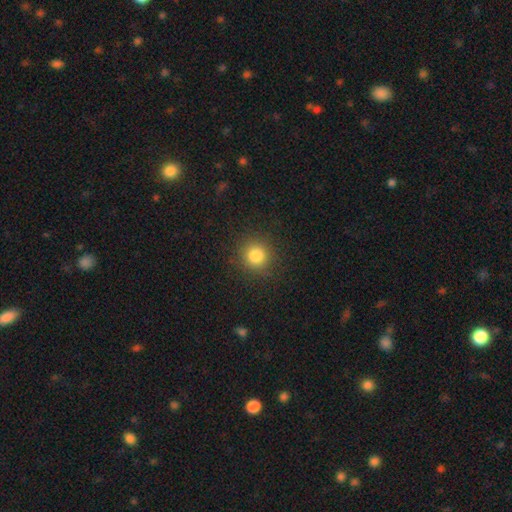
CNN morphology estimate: This is clearly a smooth galaxy (82%). How rounded: clearly round (92%). Merging: clearly none (89%).